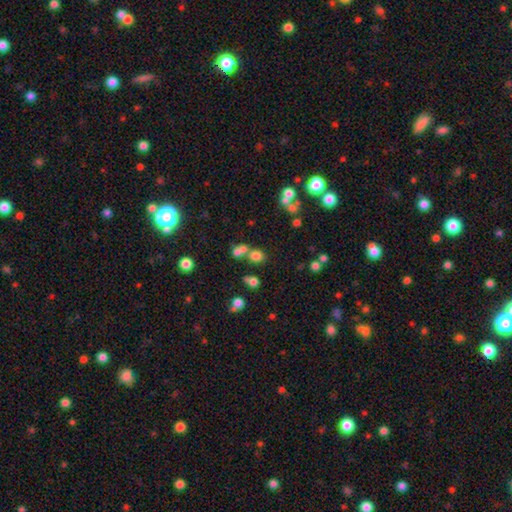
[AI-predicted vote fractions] A smooth galaxy with no disk features (69%) that is round (77%). Merging: none (54%).